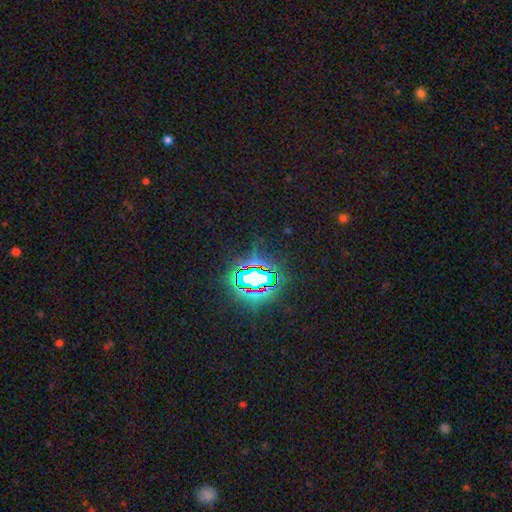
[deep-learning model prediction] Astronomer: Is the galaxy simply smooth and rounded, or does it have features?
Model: star or artifact — 79%.